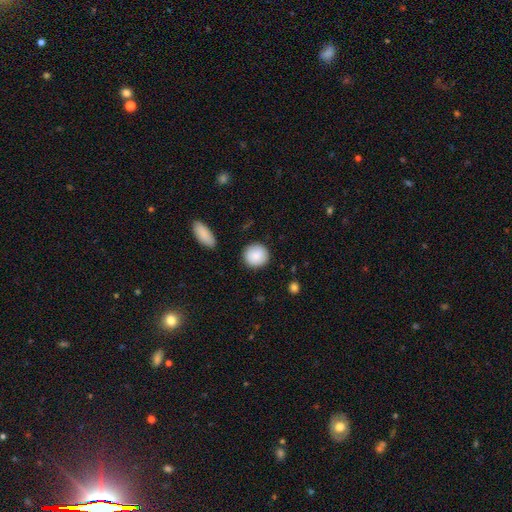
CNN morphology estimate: Smooth or featured? smooth (89%)
How rounded? round (92%)
Merging? none (89%)